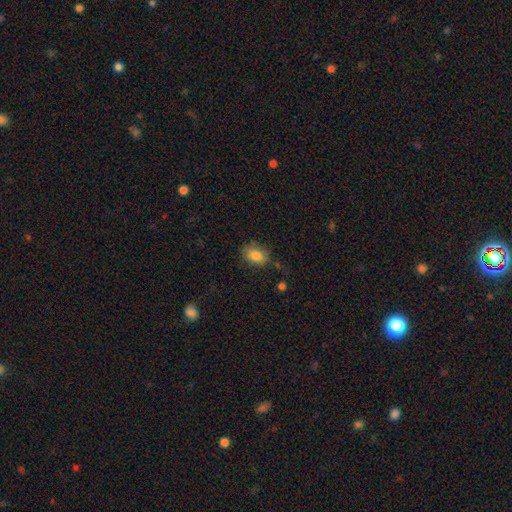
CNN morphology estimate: smooth 82%, featured or disk 9%, star or artifact 9%. Down the decision tree: how rounded — in between (72%); merging — none (72%).